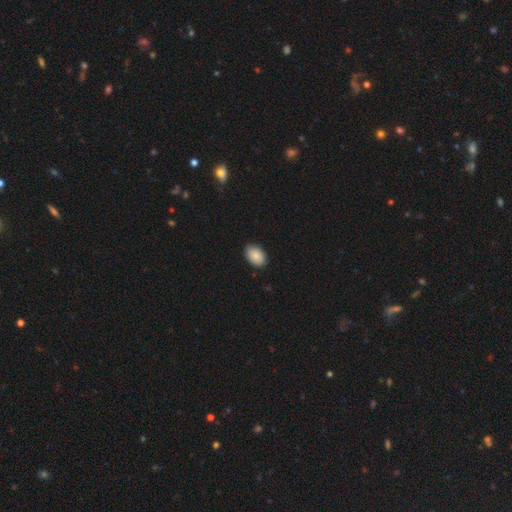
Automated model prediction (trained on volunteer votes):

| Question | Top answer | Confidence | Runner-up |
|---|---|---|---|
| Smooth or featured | smooth | 87% | star or artifact (7%) |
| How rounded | in between | 87% | round (12%) |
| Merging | none | 89% | minor disturbance (9%) |